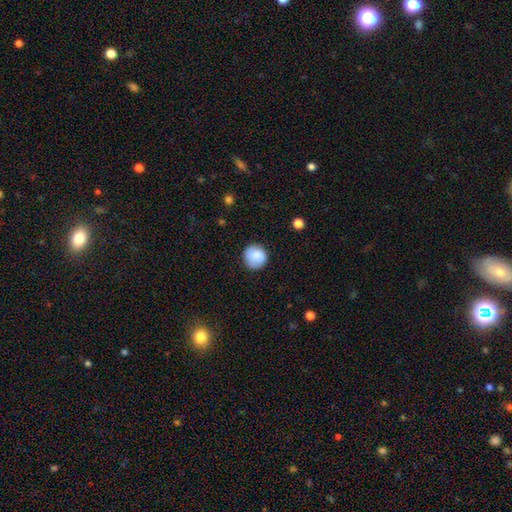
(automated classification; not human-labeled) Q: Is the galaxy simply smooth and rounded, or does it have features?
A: smooth — 84%.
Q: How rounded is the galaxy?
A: round — 93%.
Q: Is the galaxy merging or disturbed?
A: none — 85%.